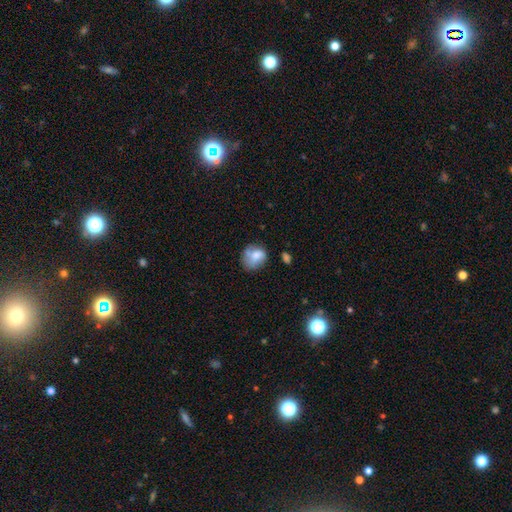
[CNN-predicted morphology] A smooth galaxy with no disk features (71%) that is round (57%). Merging: none (44%).